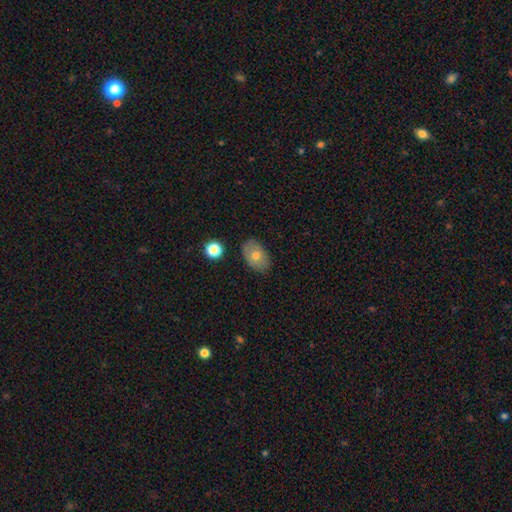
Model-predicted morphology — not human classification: Smooth or featured? smooth (69%)
How rounded? in between (85%)
Merging? none (82%)